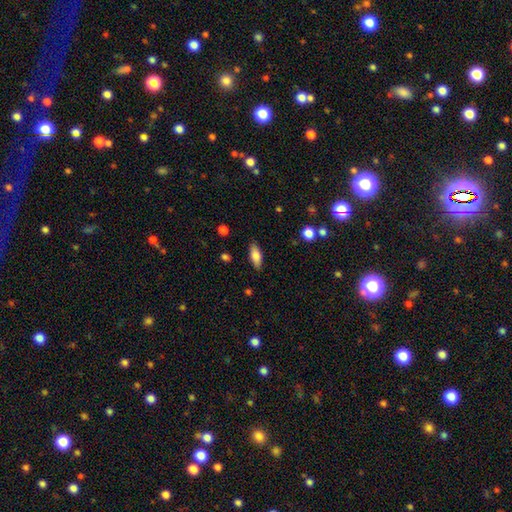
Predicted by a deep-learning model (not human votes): The model was most divided on "how rounded": in between: 82%, cigar-shaped: 15%, round: 3%. More confident: merging — none (85%); smooth or featured — smooth (80%).